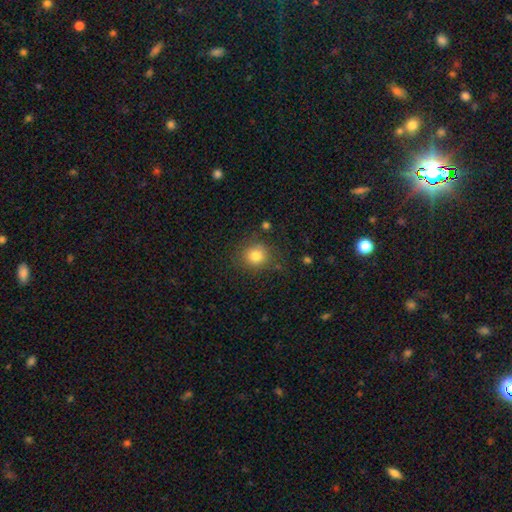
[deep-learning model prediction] smooth_or_featured: smooth (p=0.82) [alt: star or artifact p=0.11]
how_rounded: round (p=0.82) [alt: in between p=0.17]
merging: none (p=0.78) [alt: minor disturbance p=0.14]